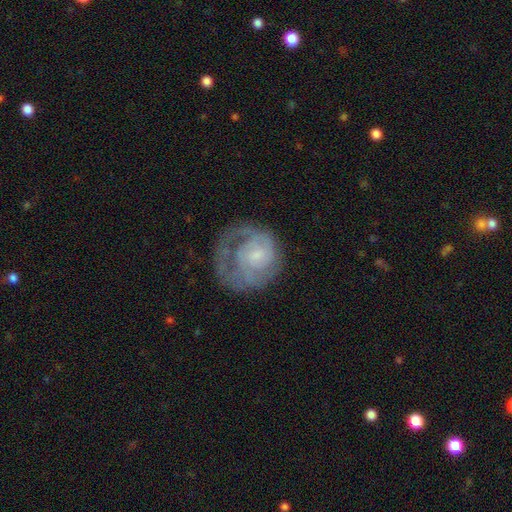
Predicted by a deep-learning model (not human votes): A featured or disk galaxy (67%) with no bar (72%), 1 (32%) tight (57%) spiral arms (79%) and a small central bulge (47%). Merging: none (52%).